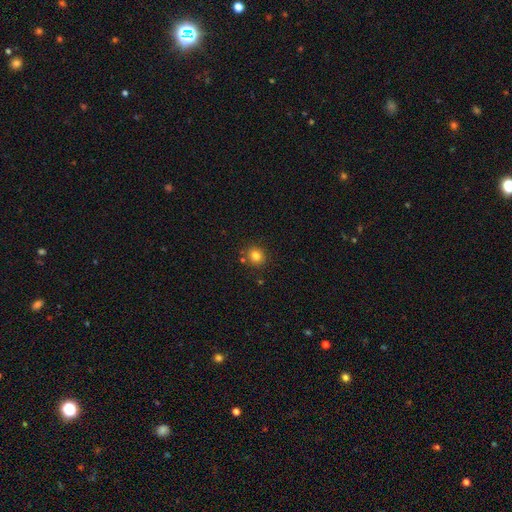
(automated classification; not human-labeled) A smooth galaxy with no disk features (81%) that is round (83%).

Vote fractions:
- Smooth or featured? smooth: 81% / star or artifact: 13% / featured or disk: 7%
- How rounded? round: 83% / in between: 16% / cigar-shaped: 1%
- Merging? none: 83% / minor disturbance: 9% / merger: 6% / major disturbance: 2%